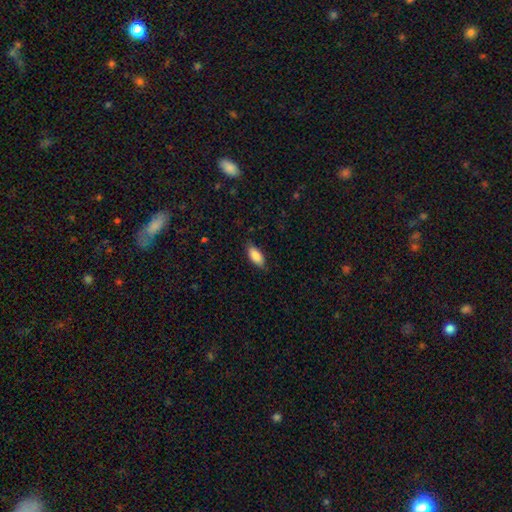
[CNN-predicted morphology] type=smooth (87%); roundness=in between (86%); merging=none (80%).